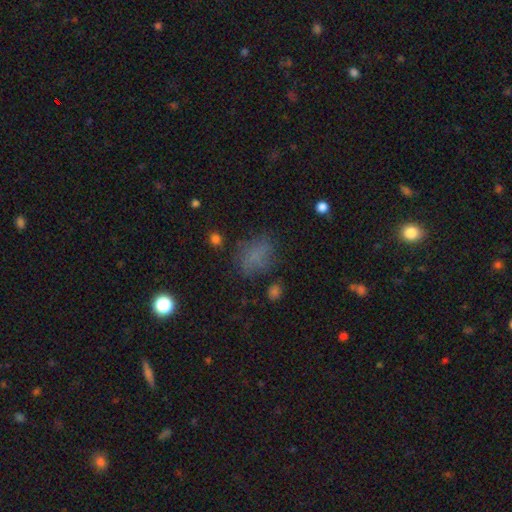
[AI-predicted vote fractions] This is likely a smooth galaxy (65%). How rounded: likely in between (68%). Merging: likely none (62%).